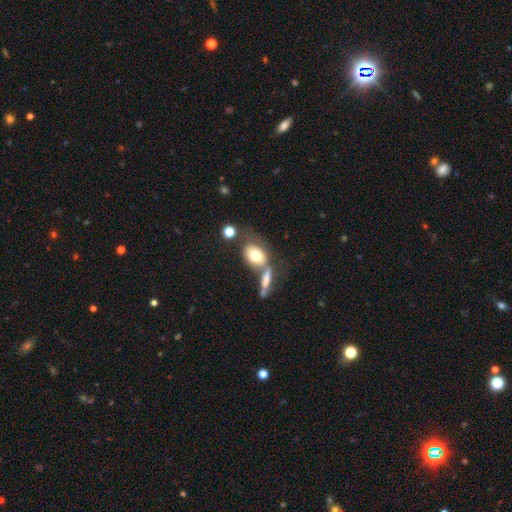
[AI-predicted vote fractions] smooth 68%, featured or disk 24%, star or artifact 8%. Down the decision tree: how rounded — in between (74%); merging — merger (37%).